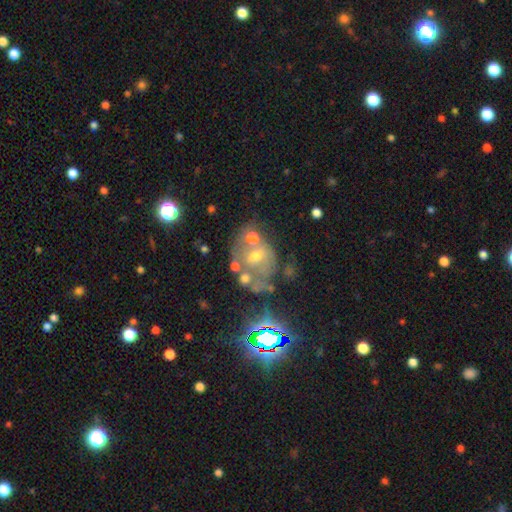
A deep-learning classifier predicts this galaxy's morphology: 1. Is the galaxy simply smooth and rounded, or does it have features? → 49% featured or disk, 28% star or artifact, 22% smooth.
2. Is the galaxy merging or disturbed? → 41% none, 27% merger, 17% minor disturbance, 15% major disturbance.